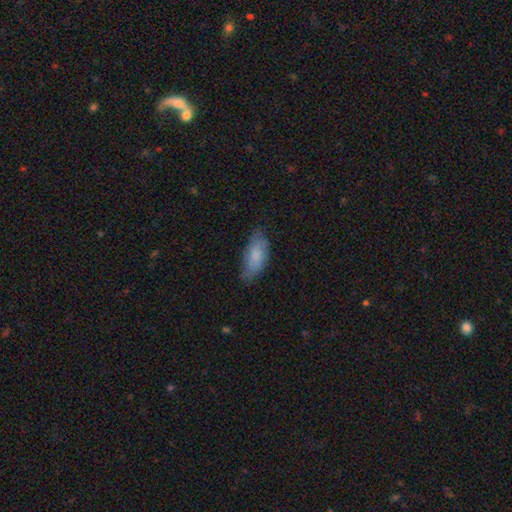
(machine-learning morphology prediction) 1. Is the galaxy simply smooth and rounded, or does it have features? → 80% smooth, 14% featured or disk, 6% star or artifact.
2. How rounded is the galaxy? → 82% in between, 16% cigar-shaped, 2% round.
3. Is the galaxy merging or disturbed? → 67% none, 27% minor disturbance, 5% major disturbance, 1% merger.